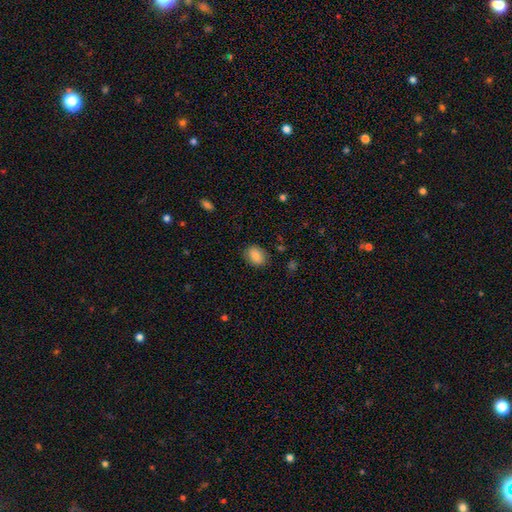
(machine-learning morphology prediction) smooth_or_featured: smooth (p=0.87) [alt: star or artifact p=0.08]
how_rounded: in between (p=0.73) [alt: round p=0.26]
merging: none (p=0.82) [alt: minor disturbance p=0.13]